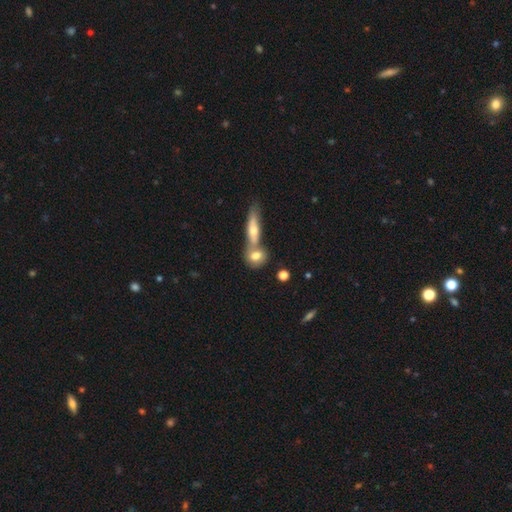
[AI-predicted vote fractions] smooth 70%, featured or disk 22%, star or artifact 8%. Down the decision tree: how rounded — in between (44%); merging — merger (47%).